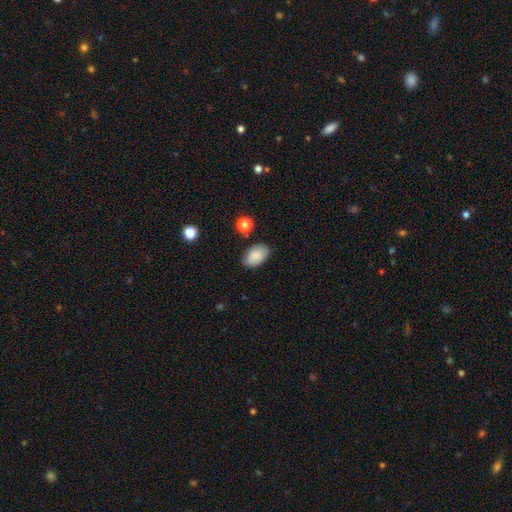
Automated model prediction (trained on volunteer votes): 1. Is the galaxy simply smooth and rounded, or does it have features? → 85% smooth, 8% star or artifact, 7% featured or disk.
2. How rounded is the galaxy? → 90% in between, 8% round, 1% cigar-shaped.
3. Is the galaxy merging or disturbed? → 78% none, 16% minor disturbance, 3% major disturbance, 3% merger.